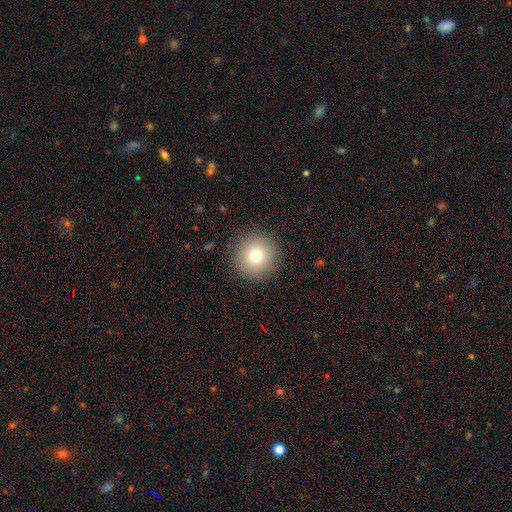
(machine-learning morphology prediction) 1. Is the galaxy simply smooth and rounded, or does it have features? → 76% smooth, 12% star or artifact, 12% featured or disk.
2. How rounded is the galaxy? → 96% round, 3% in between, 1% cigar-shaped.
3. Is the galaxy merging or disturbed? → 90% none, 6% minor disturbance, 3% major disturbance, 1% merger.